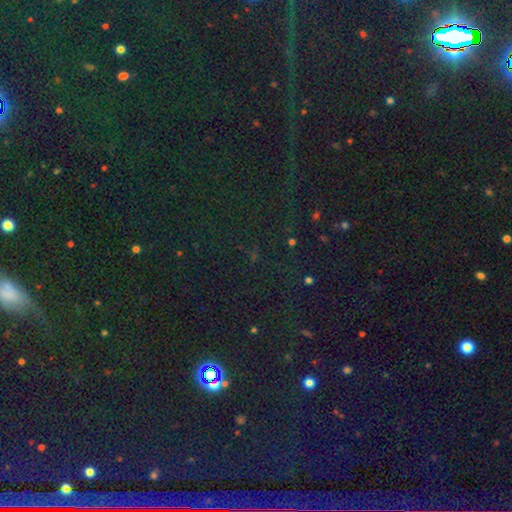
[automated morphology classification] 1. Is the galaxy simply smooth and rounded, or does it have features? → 81% star or artifact, 12% smooth, 7% featured or disk.